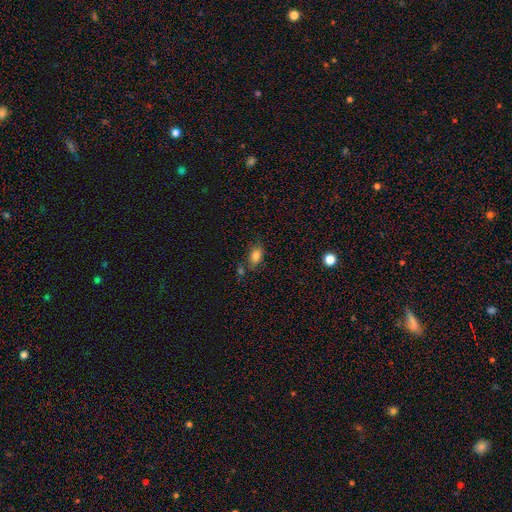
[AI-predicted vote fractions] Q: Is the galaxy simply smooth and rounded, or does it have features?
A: smooth — 82%.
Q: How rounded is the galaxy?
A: in between — 86%.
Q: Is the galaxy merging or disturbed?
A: none — 69%.